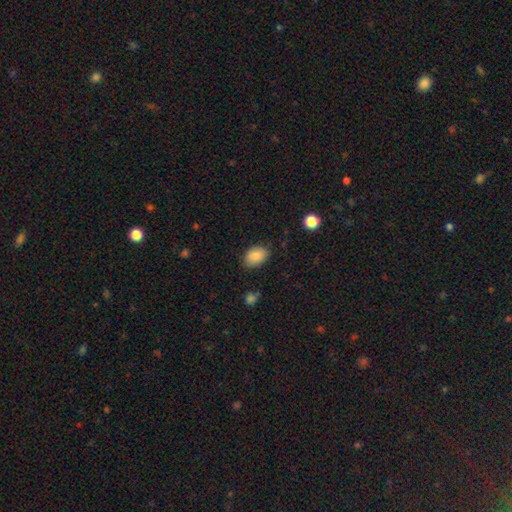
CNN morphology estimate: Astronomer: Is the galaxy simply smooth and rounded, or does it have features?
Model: smooth — 87%.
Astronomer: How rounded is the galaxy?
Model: in between — 81%.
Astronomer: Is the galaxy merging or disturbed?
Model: none — 80%.